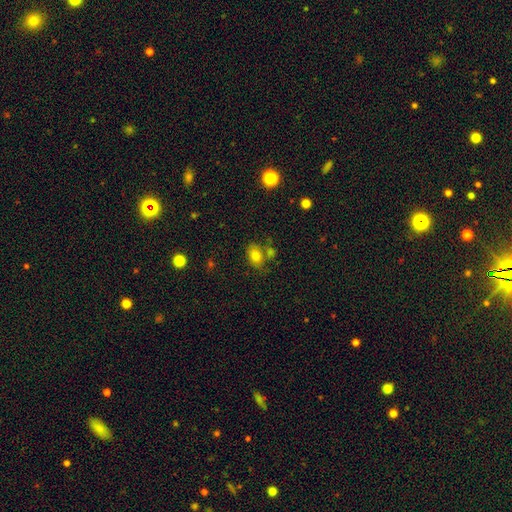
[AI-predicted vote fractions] Smooth or featured?
  - smooth: 78% *
  - star or artifact: 11%
  - featured or disk: 11%
How rounded?
  - in between: 79% *
  - round: 19%
  - cigar-shaped: 1%
Merging?
  - none: 61% *
  - merger: 18%
  - minor disturbance: 16%
  - major disturbance: 5%